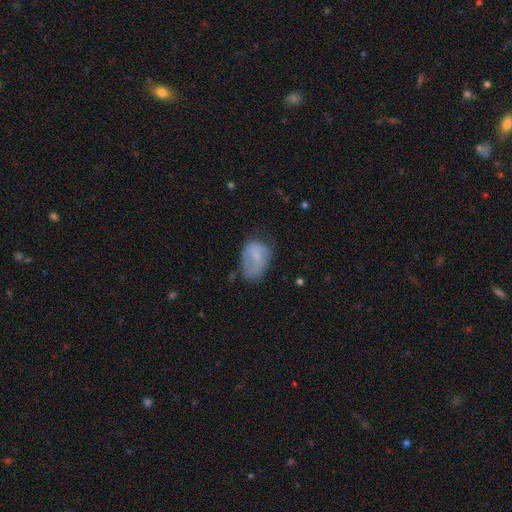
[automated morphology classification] Smooth or featured: smooth — 64% (featured or disk — 27%)
How rounded: in between — 84% (round — 15%)
Merging: none — 40% (minor disturbance — 33%)